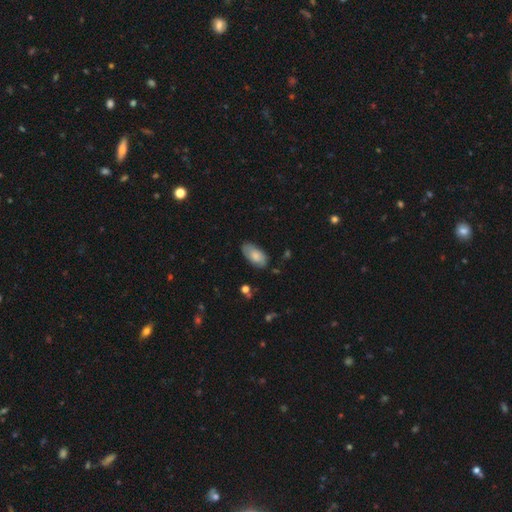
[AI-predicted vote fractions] This is likely a smooth galaxy (76%). How rounded: clearly in between (93%). Merging: likely none (74%).